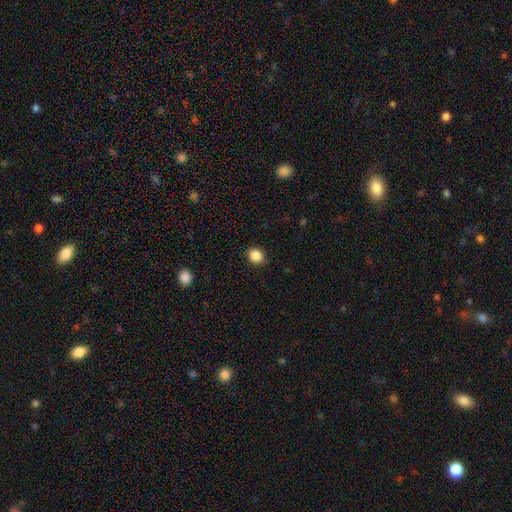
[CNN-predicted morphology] The model was most divided on "how rounded": round: 76%, in between: 23%, cigar-shaped: 1%. More confident: merging — none (90%); smooth or featured — smooth (86%).